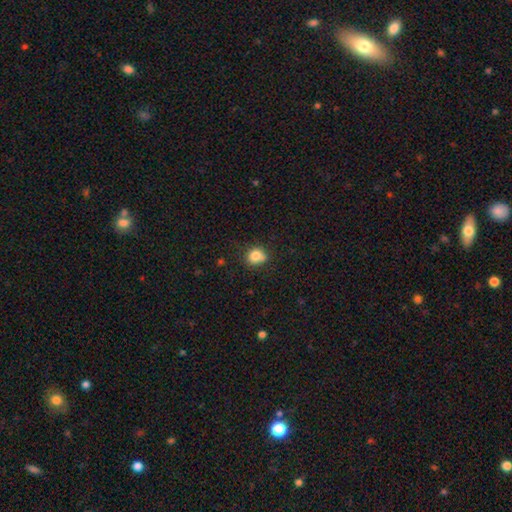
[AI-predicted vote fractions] Smooth or featured: smooth — 81% (star or artifact — 11%)
How rounded: round — 75% (in between — 24%)
Merging: none — 64% (minor disturbance — 22%)